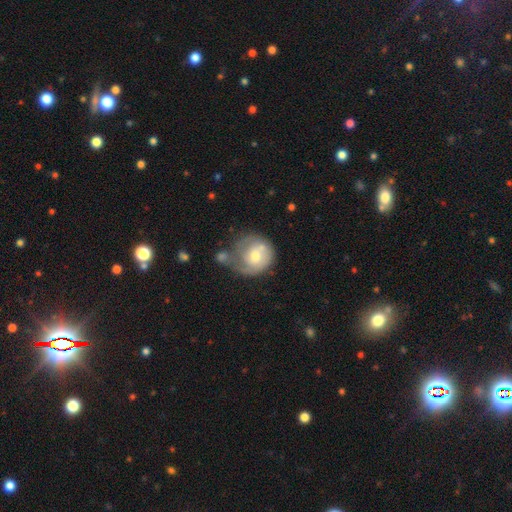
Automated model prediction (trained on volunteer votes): Smooth or featured?
  - featured or disk: 47% *
  - smooth: 46%
  - star or artifact: 6%
Merging?
  - none: 32% *
  - merger: 26%
  - minor disturbance: 22%
  - major disturbance: 20%